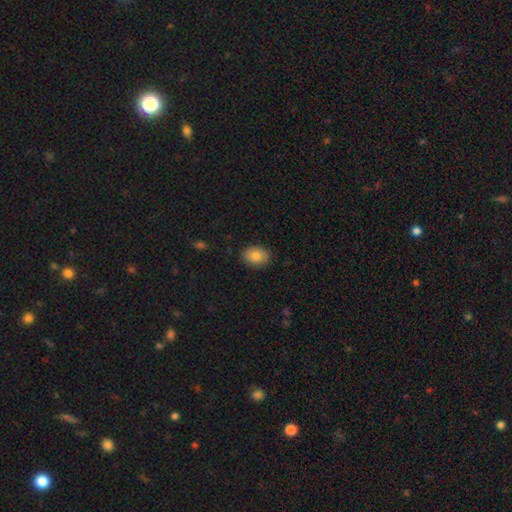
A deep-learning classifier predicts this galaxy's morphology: A smooth galaxy with no disk features (86%) that is in between round and cigar-shaped (66%). Merging: none (86%).